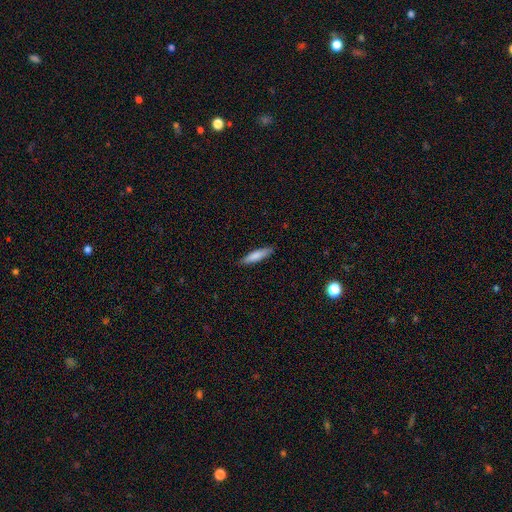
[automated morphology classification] This is likely a smooth galaxy (78%). How rounded: likely cigar-shaped (78%). Merging: clearly none (88%).